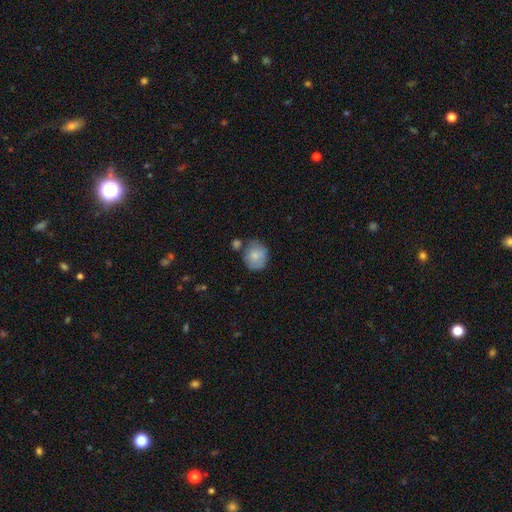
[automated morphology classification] smooth_or_featured: smooth (p=0.77) [alt: featured or disk p=0.16]
how_rounded: round (p=0.76) [alt: in between p=0.23]
merging: none (p=0.54) [alt: minor disturbance p=0.25]